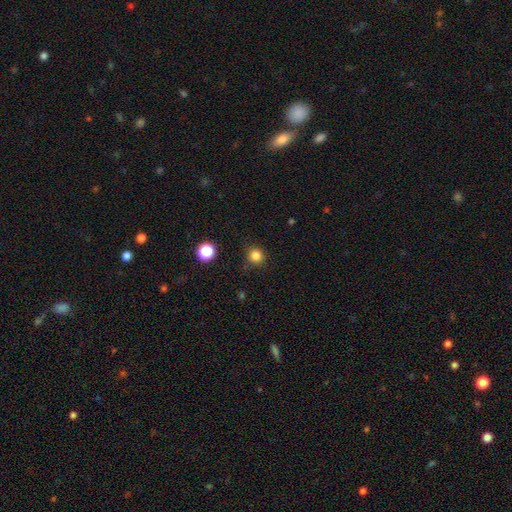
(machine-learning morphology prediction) This appears to be a smooth galaxy with no disk features (83%) that is round (92%). Merging: none (85%).